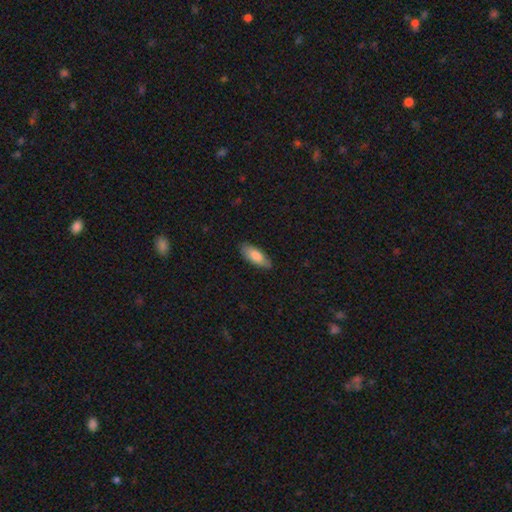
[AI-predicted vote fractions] Q: Smooth or featured?
A: smooth (81%); runner-up: featured or disk (14%)
Q: How rounded?
A: in between (77%); runner-up: cigar-shaped (21%)
Q: Merging?
A: none (80%); runner-up: minor disturbance (16%)